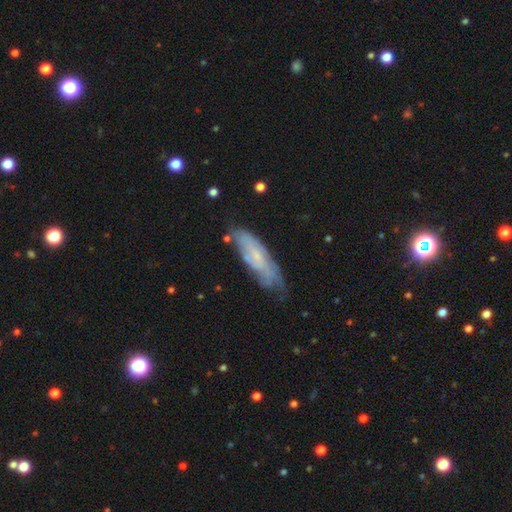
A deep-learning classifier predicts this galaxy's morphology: A featured or disk galaxy (54%).

Vote fractions:
- Smooth or featured? featured or disk: 54% / smooth: 38% / star or artifact: 8%
- Edge-on disk? no: 71% / yes: 29%
- Merging? none: 57% / minor disturbance: 30% / major disturbance: 10% / merger: 3%